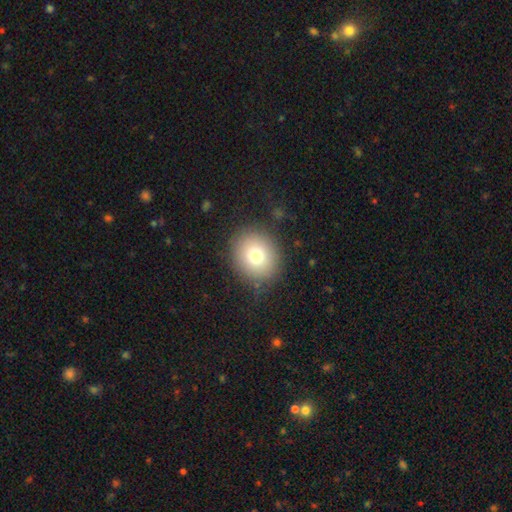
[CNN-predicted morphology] Smooth or featured? smooth (75%)
How rounded? round (79%)
Merging? none (85%)